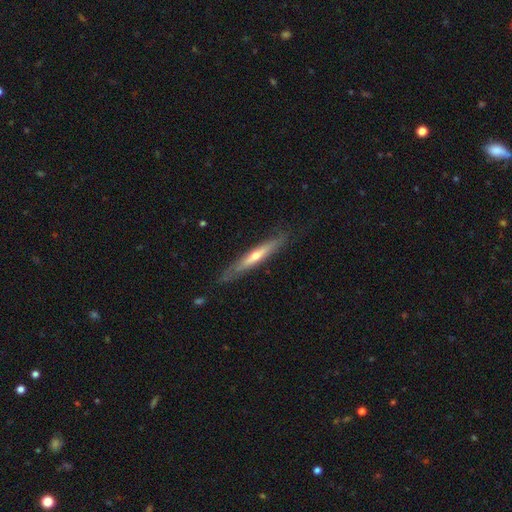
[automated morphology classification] This appears to be a featured or disk galaxy (61%) viewed edge-on (88%) with a rounded central bulge (72%). Merging: none (82%).